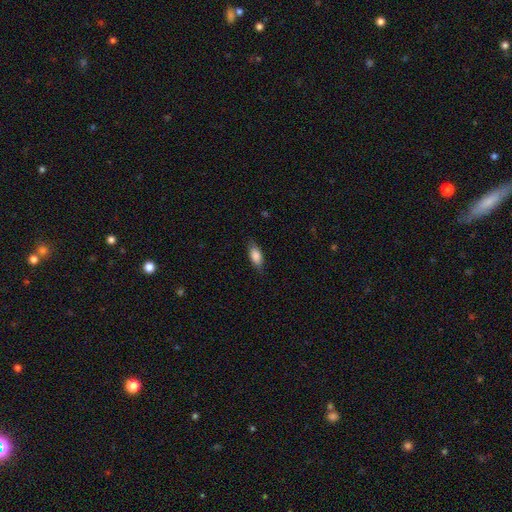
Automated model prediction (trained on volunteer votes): Morphology: type=smooth (81%); roundness=in between (78%); merging=none (81%).